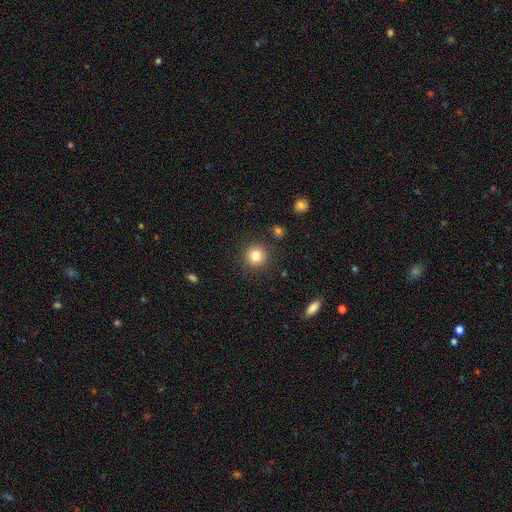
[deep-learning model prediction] This appears to be a smooth galaxy with no disk features (83%) that is round (94%). Merging: none (89%).